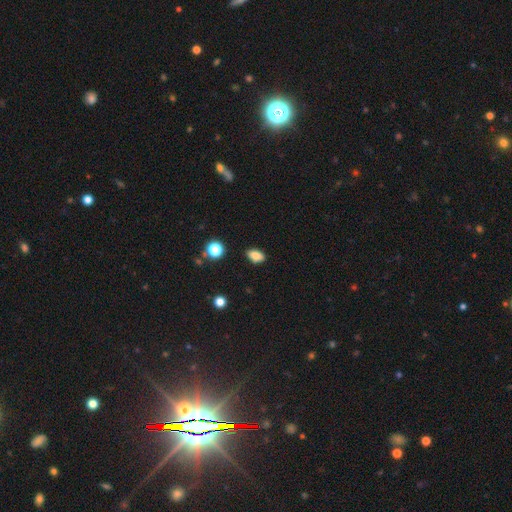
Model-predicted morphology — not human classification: Smooth or featured? Predicted: smooth (p=0.83). How rounded? Predicted: in between (p=0.86). Merging? Predicted: none (p=0.84).